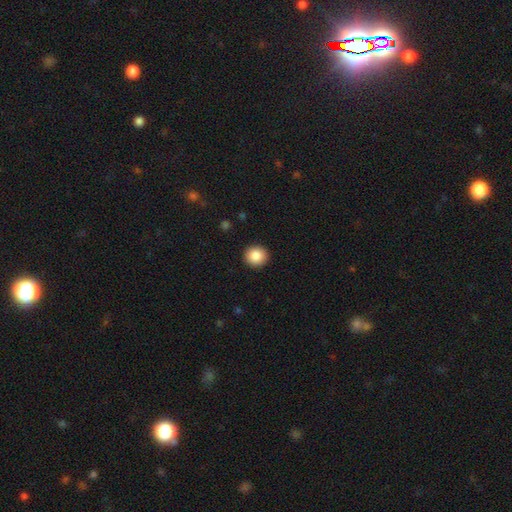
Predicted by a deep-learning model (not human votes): Overall: smooth (87%). How rounded: round (92%). Merging: none (92%).